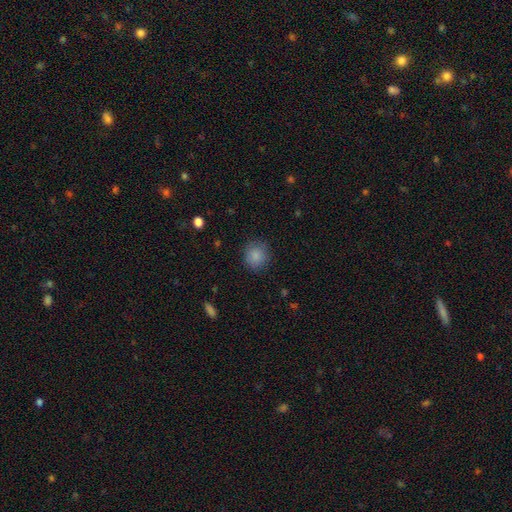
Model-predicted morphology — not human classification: smooth_or_featured: smooth (p=0.86) [alt: star or artifact p=0.09]
how_rounded: round (p=0.86) [alt: in between p=0.13]
merging: none (p=0.83) [alt: minor disturbance p=0.12]